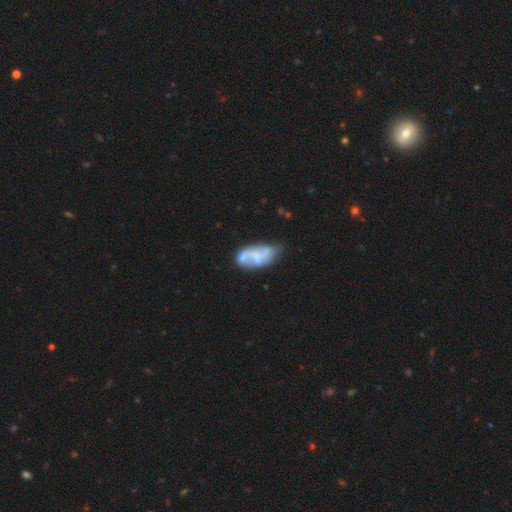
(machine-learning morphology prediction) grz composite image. It shows a featured or disk galaxy (54%) with no bar (65%), spiral arms (51%) and no central bulge (50%). Merging: none (35%).